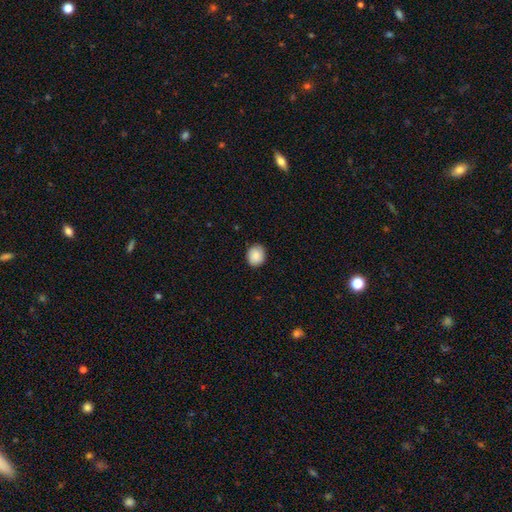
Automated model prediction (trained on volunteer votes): Smooth or featured? Predicted: smooth (p=0.87). How rounded? Predicted: round (p=0.72). Merging? Predicted: none (p=0.88).